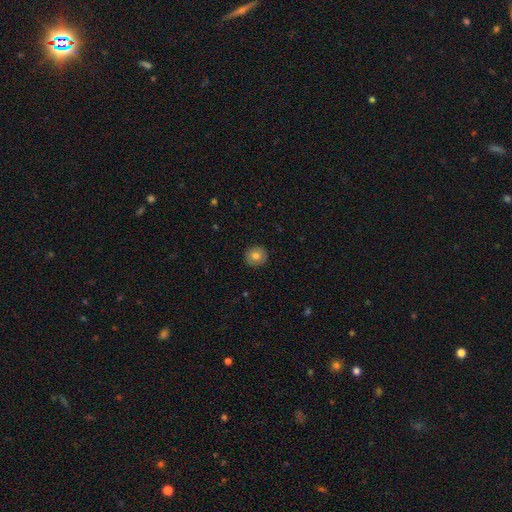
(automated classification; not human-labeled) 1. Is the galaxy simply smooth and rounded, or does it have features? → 78% smooth, 13% featured or disk, 9% star or artifact.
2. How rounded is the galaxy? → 89% round, 10% in between, 1% cigar-shaped.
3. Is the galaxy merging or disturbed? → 90% none, 7% minor disturbance, 2% major disturbance, 1% merger.